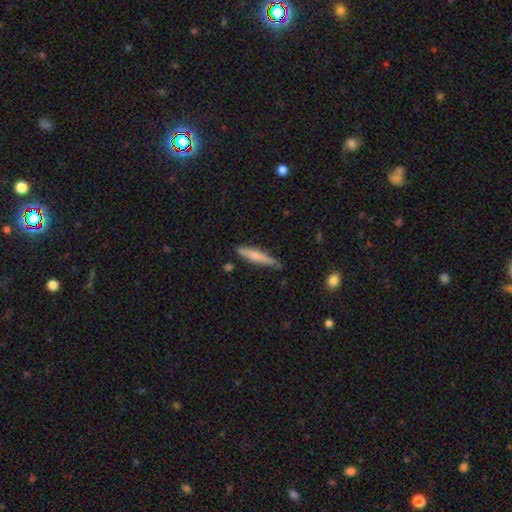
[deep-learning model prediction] smooth 65%, featured or disk 29%, star or artifact 6%. Down the decision tree: how rounded — cigar-shaped (90%); merging — none (77%).